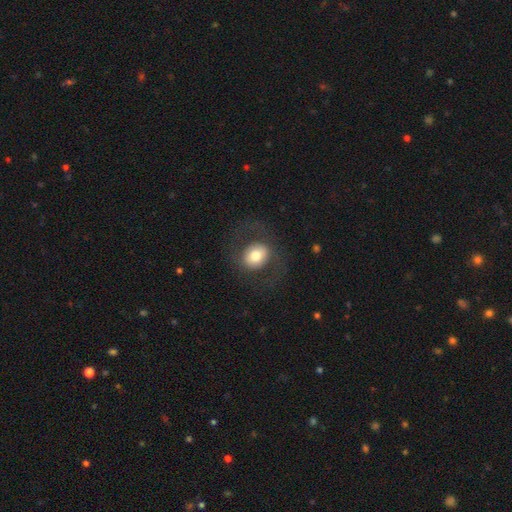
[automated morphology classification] Q: Smooth or featured?
A: smooth (64%); runner-up: featured or disk (28%)
Q: How rounded?
A: round (66%); runner-up: in between (33%)
Q: Merging?
A: none (76%); runner-up: major disturbance (12%)